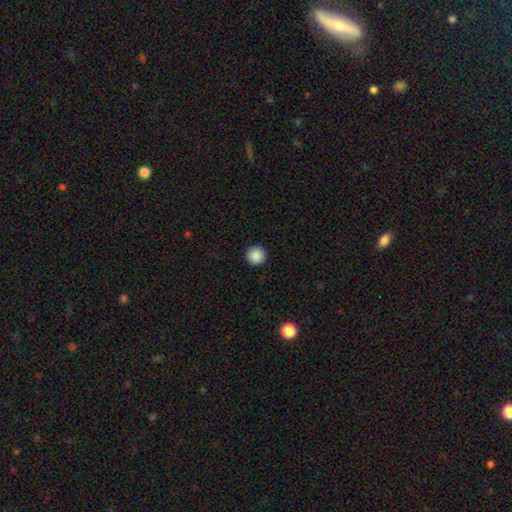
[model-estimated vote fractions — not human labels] Smooth or featured? Predicted: smooth (p=0.88). How rounded? Predicted: round (p=0.96). Merging? Predicted: none (p=0.93).